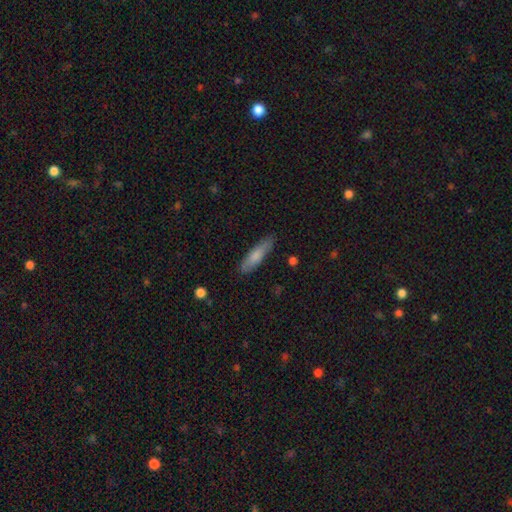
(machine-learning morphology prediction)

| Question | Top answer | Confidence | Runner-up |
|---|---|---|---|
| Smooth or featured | smooth | 75% | featured or disk (19%) |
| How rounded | cigar-shaped | 73% | in between (26%) |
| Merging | none | 84% | minor disturbance (12%) |